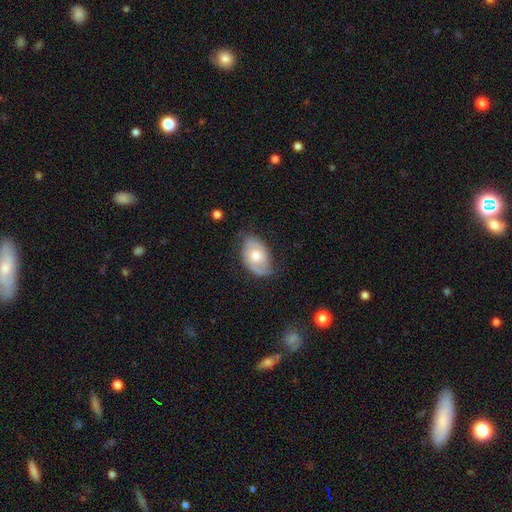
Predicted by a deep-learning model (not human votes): Smooth or featured?
  - smooth: 48% *
  - featured or disk: 46%
  - star or artifact: 6%
Merging?
  - none: 67% *
  - minor disturbance: 25%
  - major disturbance: 7%
  - merger: 1%